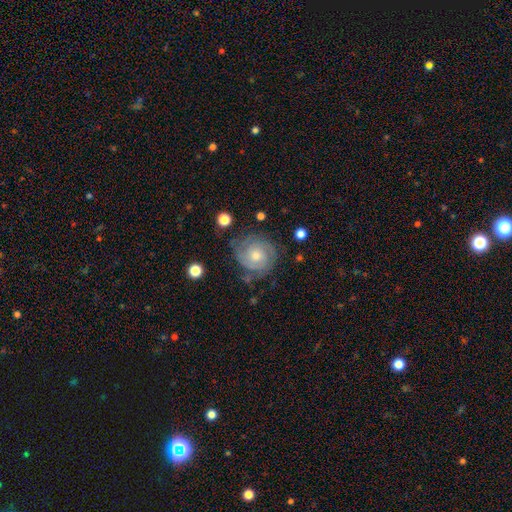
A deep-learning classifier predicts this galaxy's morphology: This is likely a featured or disk galaxy (69%). It is clearly not viewed edge-on (98%). Bar: clearly no (81%). Spiral arm pattern: clearly yes (88%). Spiral arm count: marginally can't tell (37%). Spiral winding: likely tight (68%). Central bulge: possibly moderate (53%). Merging: likely none (67%).